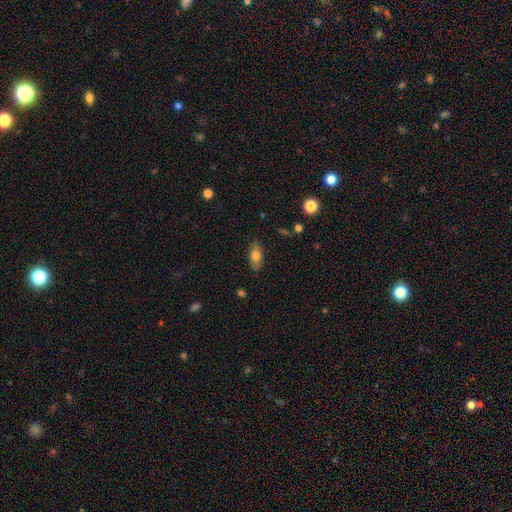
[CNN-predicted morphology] Smooth or featured? Predicted: smooth (p=0.73). How rounded? Predicted: in between (p=0.85). Merging? Predicted: none (p=0.84).